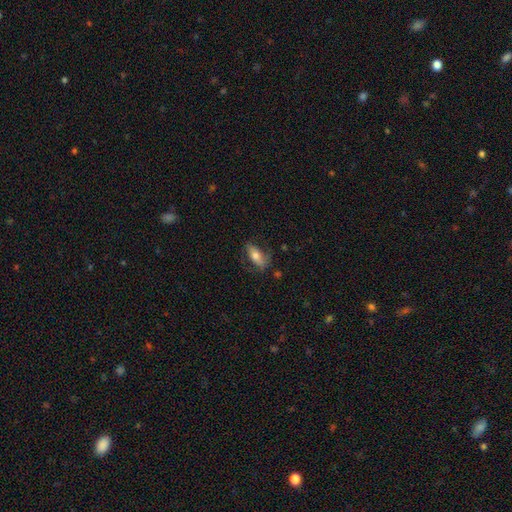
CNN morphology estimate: Overall: smooth (62%; featured or disk 31%). How rounded: in between (78%). Merging: none (66%).